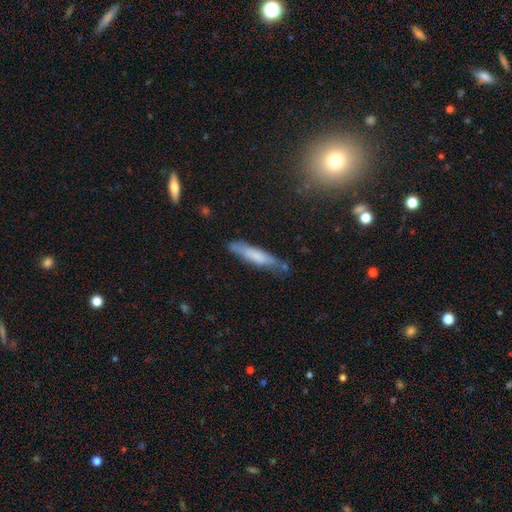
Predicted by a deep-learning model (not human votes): Overall: smooth (67%). How rounded: cigar-shaped (84%). Merging: none (69%).